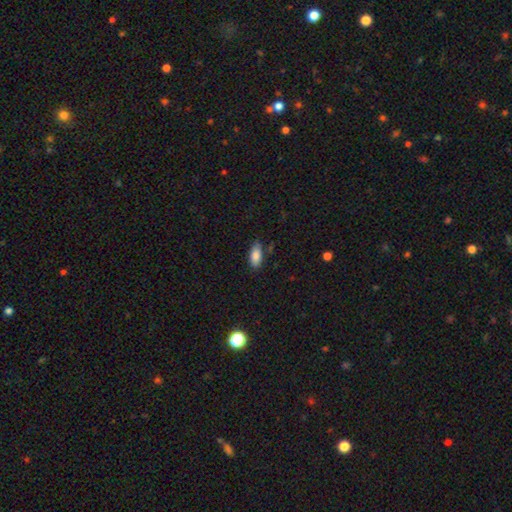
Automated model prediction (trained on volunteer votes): Morphology: type=smooth (85%); roundness=in between (88%); merging=none (76%).